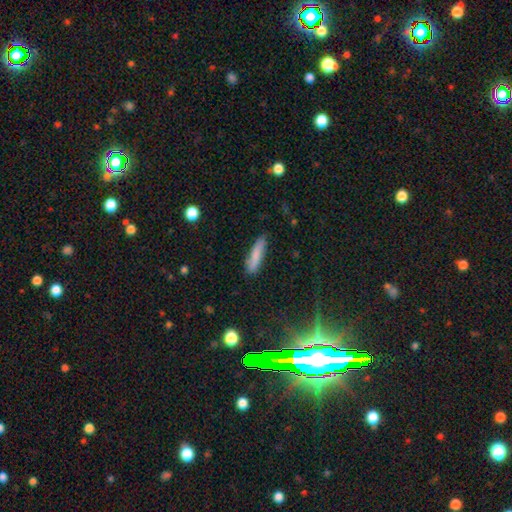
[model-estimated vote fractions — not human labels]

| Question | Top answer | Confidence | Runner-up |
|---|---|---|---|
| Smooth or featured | smooth | 78% | featured or disk (14%) |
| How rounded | cigar-shaped | 81% | in between (17%) |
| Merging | none | 80% | minor disturbance (15%) |